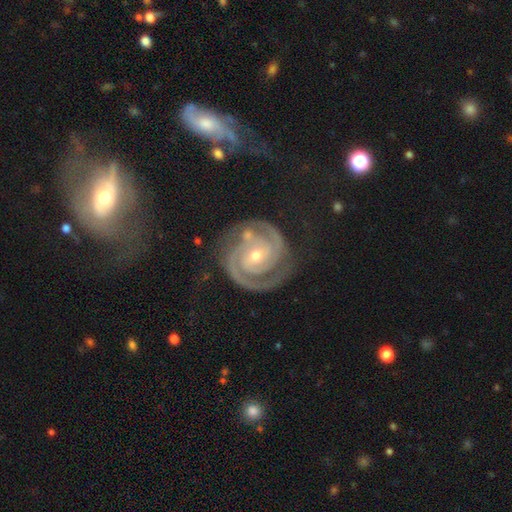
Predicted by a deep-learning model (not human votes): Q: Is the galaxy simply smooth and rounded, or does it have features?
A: featured or disk — 92%.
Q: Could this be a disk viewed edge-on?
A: no — 98%.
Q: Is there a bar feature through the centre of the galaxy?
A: no — 64%.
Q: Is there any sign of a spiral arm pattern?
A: yes — 98%.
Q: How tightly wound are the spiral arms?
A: tight — 75%.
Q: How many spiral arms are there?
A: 2 — 84%.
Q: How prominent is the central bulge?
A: small — 59%.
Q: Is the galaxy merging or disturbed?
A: none — 72%.